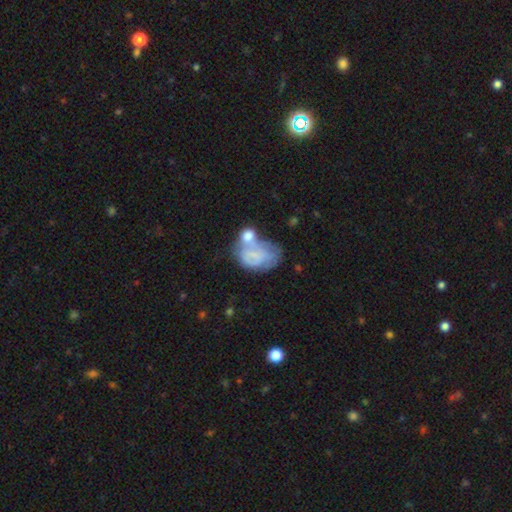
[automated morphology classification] Smooth or featured? Predicted: smooth (p=0.47). Merging? Predicted: merger (p=0.40).